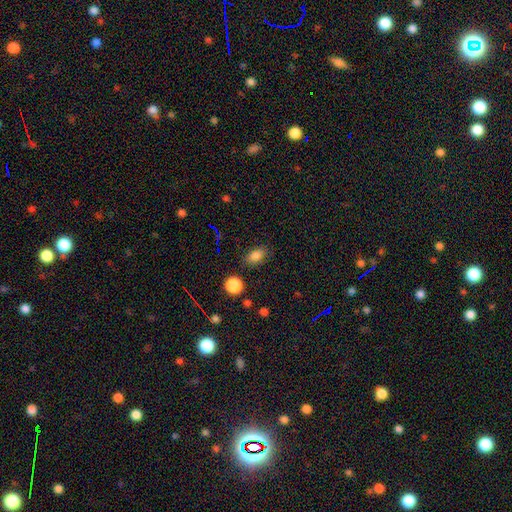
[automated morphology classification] smooth_or_featured: smooth (p=0.81) [alt: star or artifact p=0.13]
how_rounded: in between (p=0.82) [alt: round p=0.16]
merging: none (p=0.83) [alt: minor disturbance p=0.12]